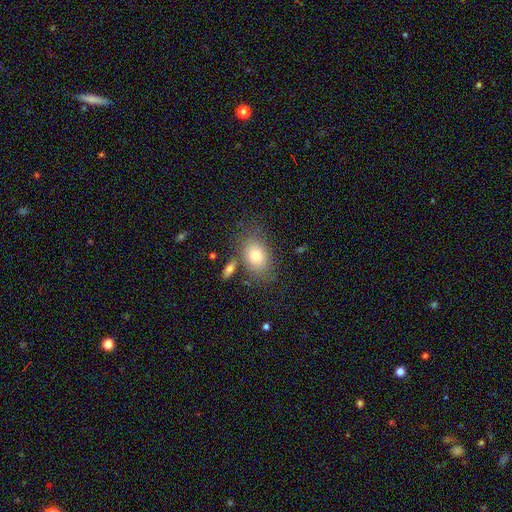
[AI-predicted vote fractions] smooth-or-featured: smooth: 76% | featured or disk: 14% | star or artifact: 9%
  how-rounded: in between: 77% | round: 21% | cigar-shaped: 1%
  merging: none: 68% | minor disturbance: 16% | merger: 9% | major disturbance: 7%